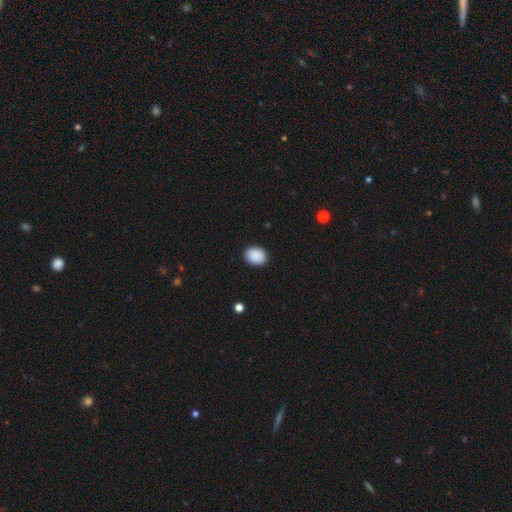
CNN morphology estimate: Smooth or featured? Predicted: smooth (p=0.90). How rounded? Predicted: in between (p=0.54). Merging? Predicted: none (p=0.88).